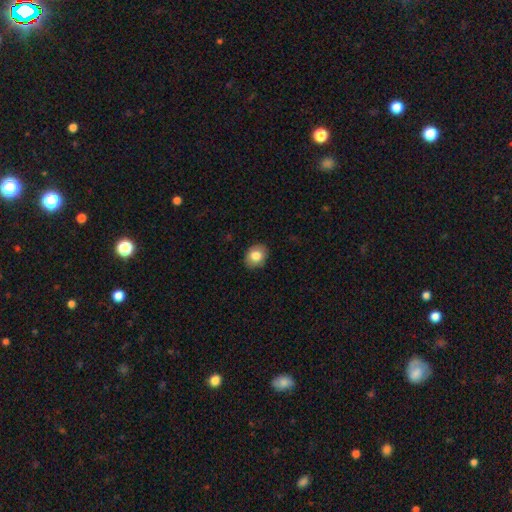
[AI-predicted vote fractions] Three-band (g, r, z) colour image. It shows a smooth galaxy with no disk features (81%) that is round (52%). Merging: none (87%).